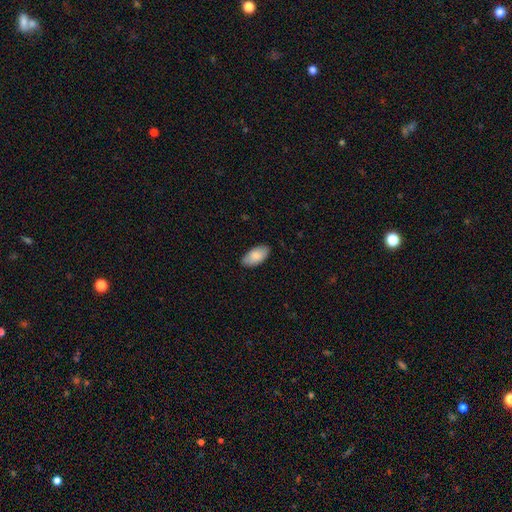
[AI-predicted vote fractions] smooth-or-featured: smooth: 84% | featured or disk: 10% | star or artifact: 6%
  how-rounded: in between: 95% | cigar-shaped: 3% | round: 2%
  merging: none: 83% | minor disturbance: 14% | major disturbance: 2% | merger: 1%